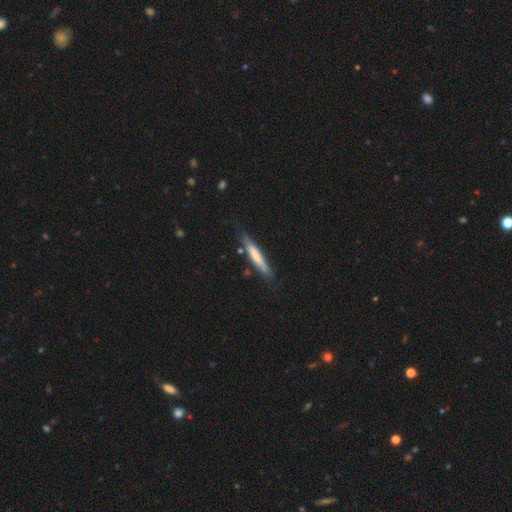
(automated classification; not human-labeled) smooth_or_featured: smooth (p=0.59) [alt: featured or disk p=0.36]
how_rounded: cigar-shaped (p=0.92) [alt: in between p=0.07]
merging: none (p=0.75) [alt: minor disturbance p=0.17]